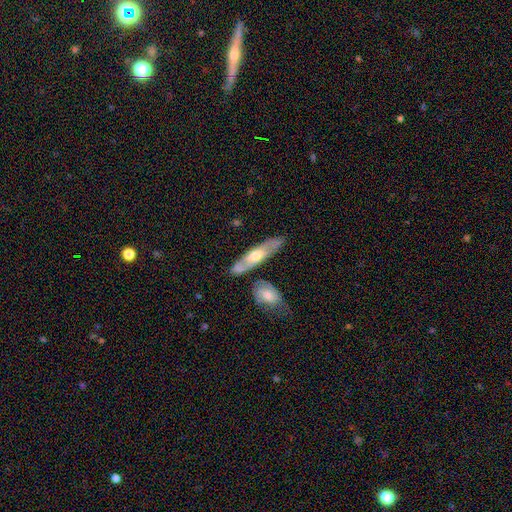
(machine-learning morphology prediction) A featured or disk galaxy (55%) viewed edge-on (52%).

Vote fractions:
- Smooth or featured? featured or disk: 55% / smooth: 40% / star or artifact: 5%
- Edge-on disk? yes: 52% / no: 48%
- Merging? none: 72% / minor disturbance: 14% / merger: 11% / major disturbance: 4%